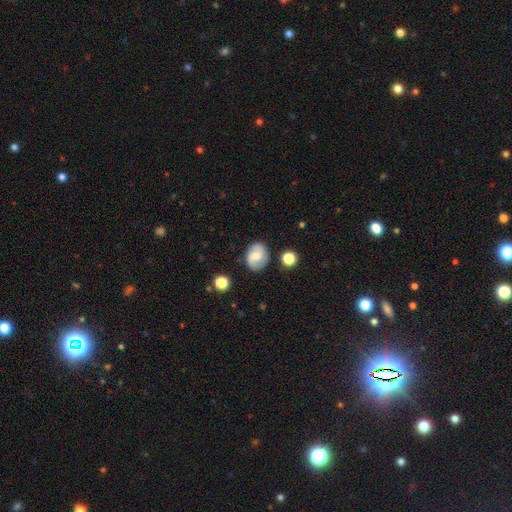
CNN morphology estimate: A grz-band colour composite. It shows a smooth galaxy with no disk features (49%). Merging: none (77%).